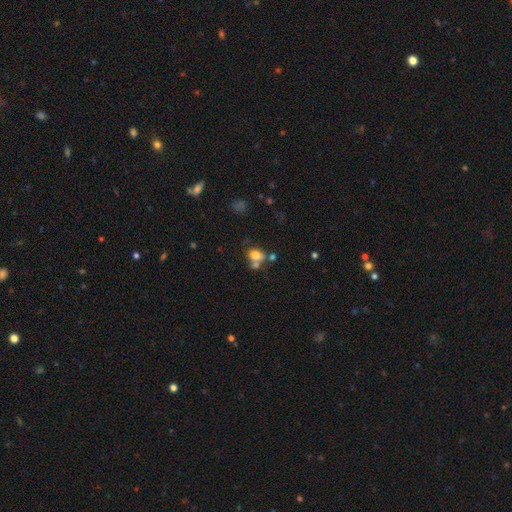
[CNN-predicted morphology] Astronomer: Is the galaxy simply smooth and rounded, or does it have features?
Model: smooth — 76%.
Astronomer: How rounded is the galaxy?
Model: in between — 67%.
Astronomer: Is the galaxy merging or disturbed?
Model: none — 40% (runner-up: merger, 38%).